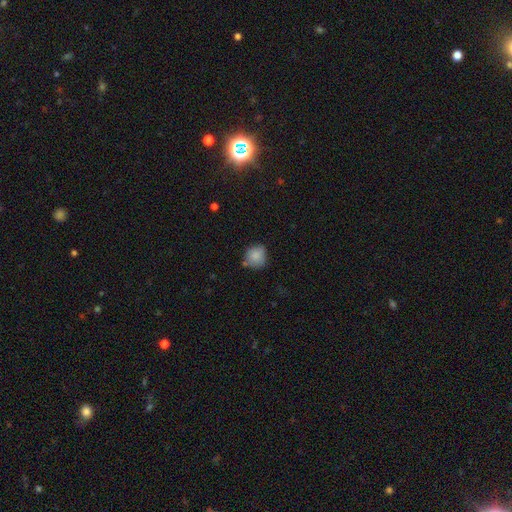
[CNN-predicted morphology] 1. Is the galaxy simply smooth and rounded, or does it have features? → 84% smooth, 9% star or artifact, 7% featured or disk.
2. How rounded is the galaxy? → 83% round, 16% in between, 1% cigar-shaped.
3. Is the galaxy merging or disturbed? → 62% none, 26% minor disturbance, 7% merger, 5% major disturbance.